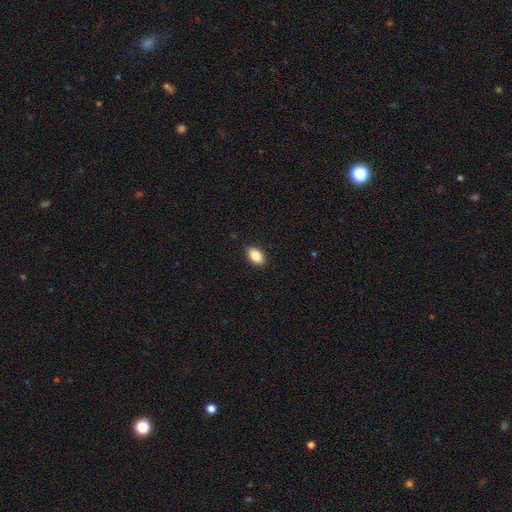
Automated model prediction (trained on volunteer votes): Q: Smooth or featured?
A: smooth (85%); runner-up: featured or disk (8%)
Q: How rounded?
A: in between (91%); runner-up: round (7%)
Q: Merging?
A: none (90%); runner-up: minor disturbance (8%)